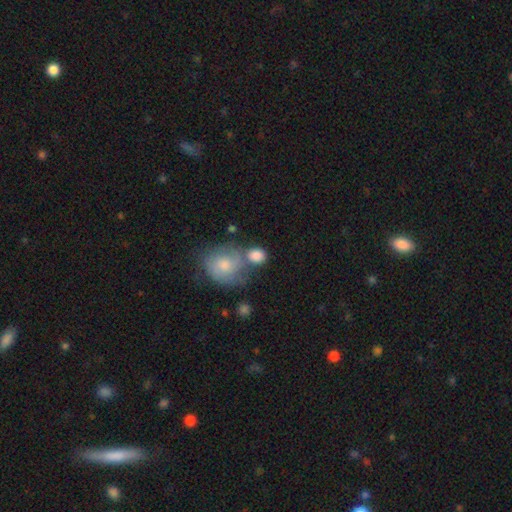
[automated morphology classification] smooth 82%, featured or disk 11%, star or artifact 7%. Down the decision tree: how rounded — round (63%); merging — none (47%).